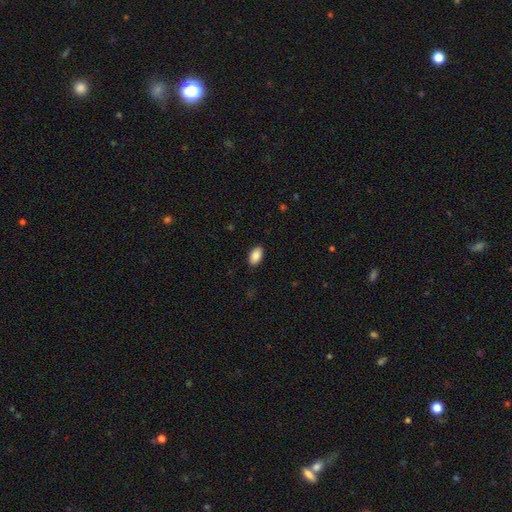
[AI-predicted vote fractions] Smooth or featured: smooth — 88% (star or artifact — 7%)
How rounded: in between — 94% (round — 5%)
Merging: none — 89% (minor disturbance — 8%)